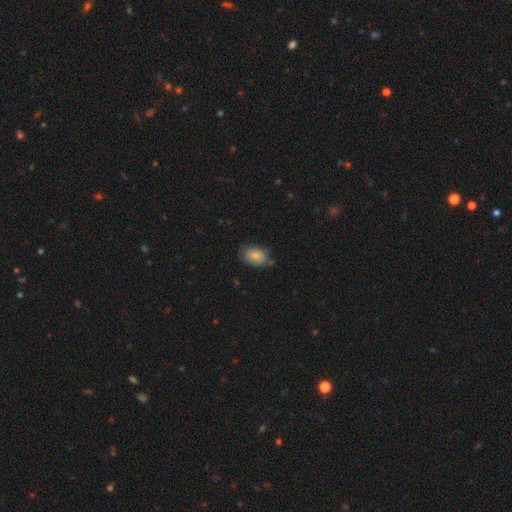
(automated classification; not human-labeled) smooth-or-featured: smooth: 82% | featured or disk: 11% | star or artifact: 7%
  how-rounded: in between: 88% | round: 10% | cigar-shaped: 1%
  merging: none: 64% | minor disturbance: 27% | major disturbance: 6% | merger: 3%